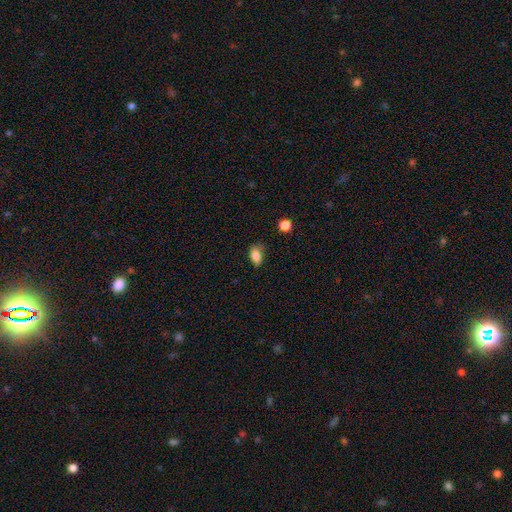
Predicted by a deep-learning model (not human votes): smooth 83%, star or artifact 9%, featured or disk 8%. Down the decision tree: how rounded — in between (86%); merging — none (65%).